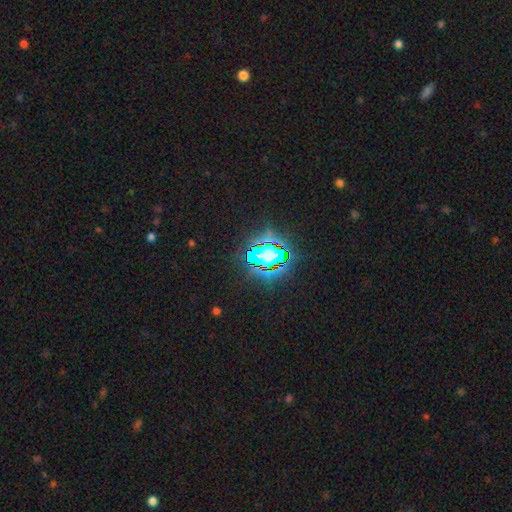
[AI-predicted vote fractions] A star or artifact, not a galaxy (84%).